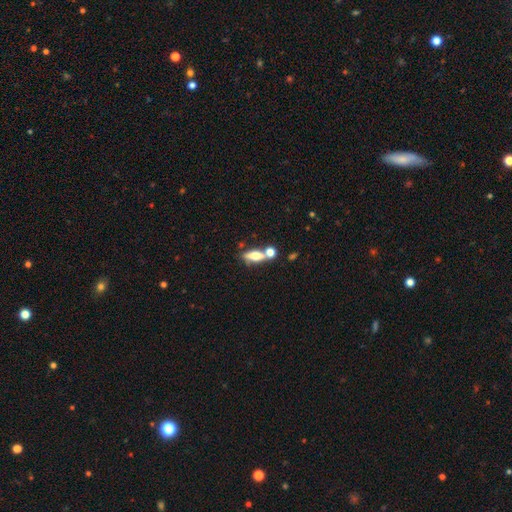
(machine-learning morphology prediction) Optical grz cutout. It shows a smooth galaxy with no disk features (60%) that is in between round and cigar-shaped (63%). Merging: none (48%).